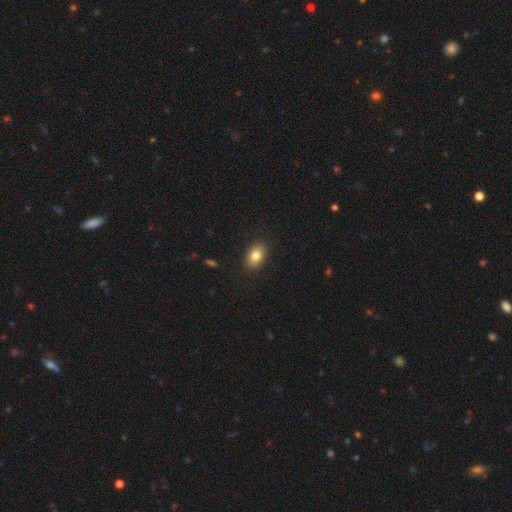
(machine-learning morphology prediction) This is clearly a smooth galaxy (83%). How rounded: clearly in between (83%). Merging: clearly none (89%).